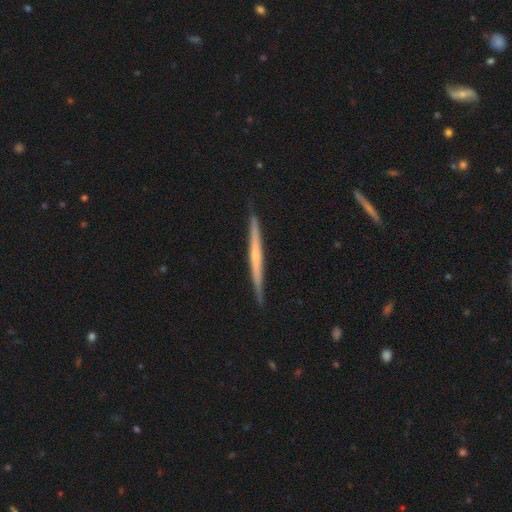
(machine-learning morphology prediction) A featured or disk galaxy (63%) viewed edge-on (98%) with no central bulge (63%).

Vote fractions:
- Smooth or featured? featured or disk: 63% / smooth: 32% / star or artifact: 5%
- Edge-on disk? yes: 98% / no: 2%
- Edge-on bulge? none: 63% / rounded: 31% / boxy: 6%
- Merging? none: 90% / minor disturbance: 8% / major disturbance: 1% / merger: 1%